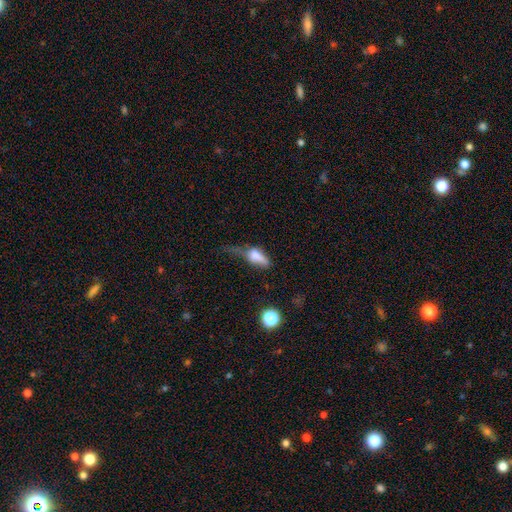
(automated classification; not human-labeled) Q: Smooth or featured?
A: smooth (61%); runner-up: featured or disk (27%)
Q: How rounded?
A: in between (69%); runner-up: cigar-shaped (21%)
Q: Merging?
A: major disturbance (45%); runner-up: minor disturbance (27%)